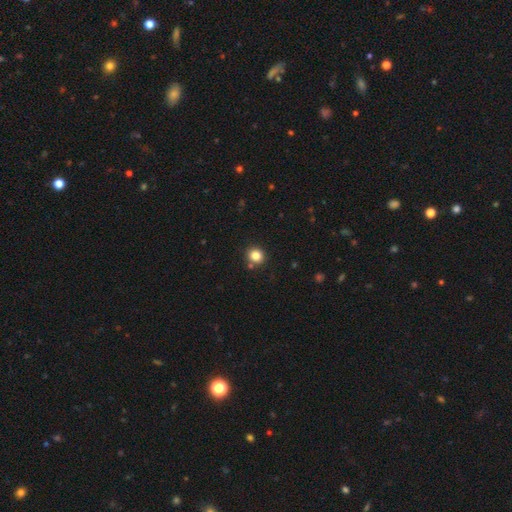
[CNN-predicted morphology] Q: Smooth or featured?
A: smooth (82%); runner-up: star or artifact (12%)
Q: How rounded?
A: round (89%); runner-up: in between (10%)
Q: Merging?
A: none (85%); runner-up: minor disturbance (7%)